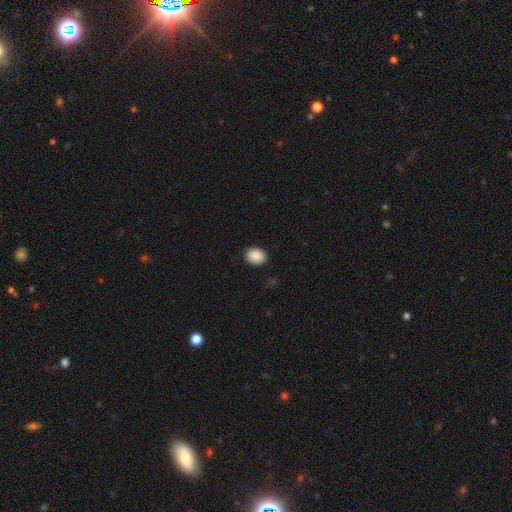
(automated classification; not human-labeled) Morphology: type=smooth (89%); roundness=in between (53%); merging=none (89%).